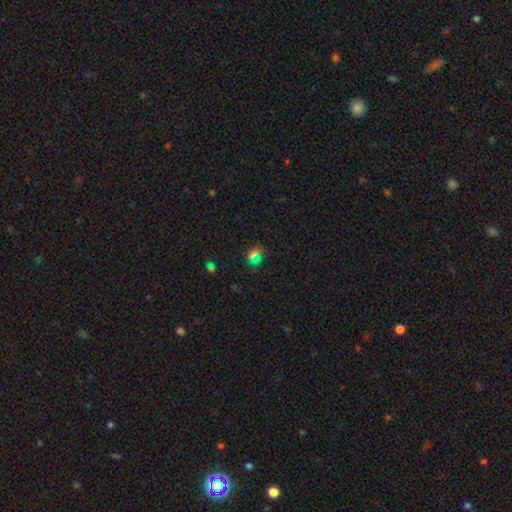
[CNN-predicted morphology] smooth 57%, star or artifact 35%, featured or disk 9%. Down the decision tree: how rounded — round (70%); merging — none (78%).